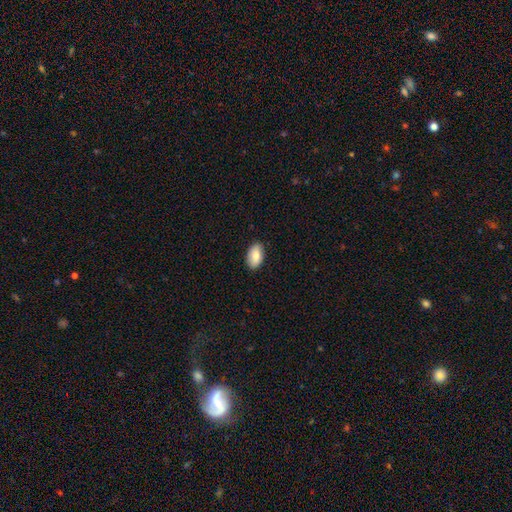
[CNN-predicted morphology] A smooth galaxy with no disk features (81%) that is in between round and cigar-shaped (94%).

Vote fractions:
- Smooth or featured? smooth: 81% / featured or disk: 13% / star or artifact: 6%
- How rounded? in between: 94% / round: 4% / cigar-shaped: 2%
- Merging? none: 87% / minor disturbance: 10% / major disturbance: 2% / merger: 1%